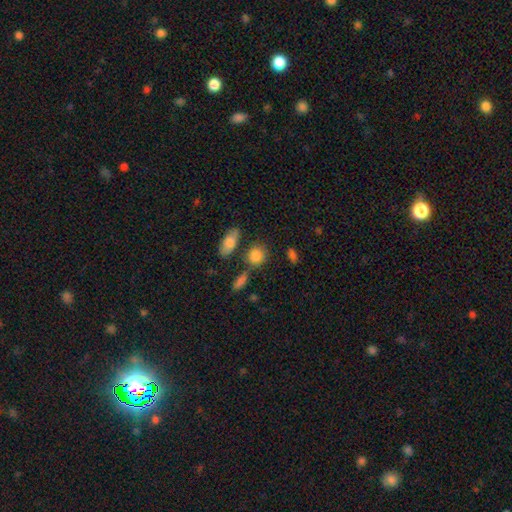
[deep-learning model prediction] Q: Smooth or featured?
A: smooth (84%); runner-up: star or artifact (9%)
Q: How rounded?
A: round (64%); runner-up: in between (33%)
Q: Merging?
A: none (69%); runner-up: minor disturbance (14%)